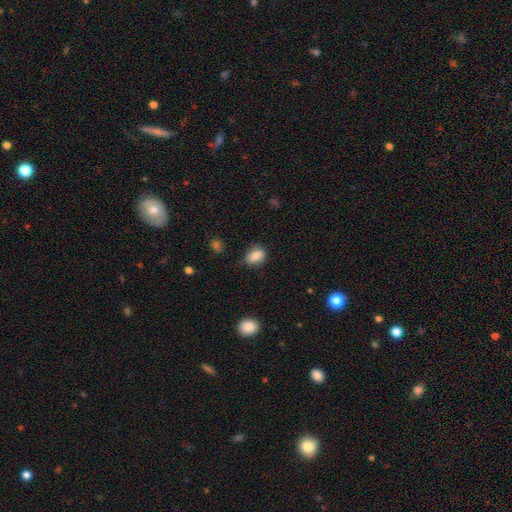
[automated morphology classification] This is clearly a smooth galaxy (85%). How rounded: likely in between (71%). Merging: likely none (73%).